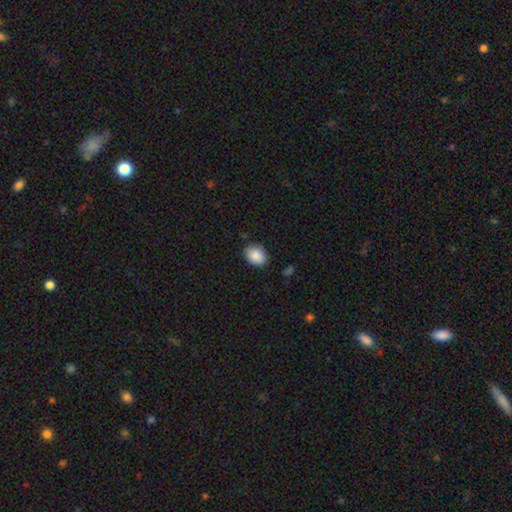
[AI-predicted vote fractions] This is clearly a smooth galaxy (89%). How rounded: likely in between (65%). Merging: clearly none (85%).